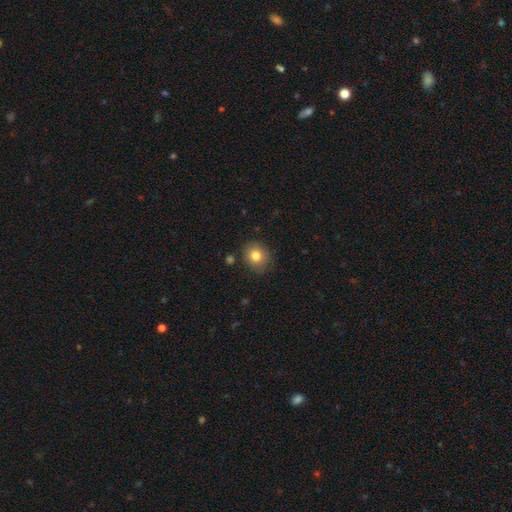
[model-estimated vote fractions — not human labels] Smooth or featured? smooth (81%)
How rounded? round (81%)
Merging? none (82%)